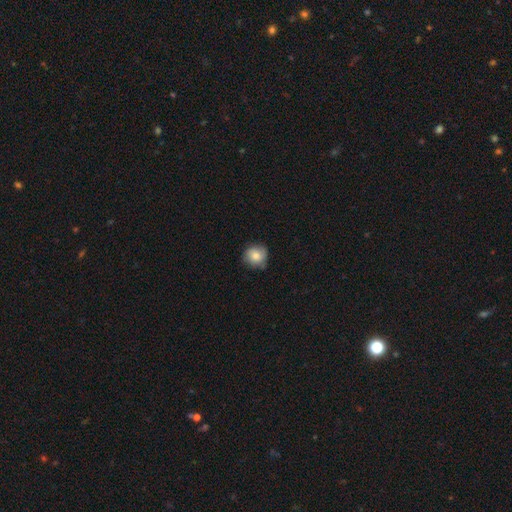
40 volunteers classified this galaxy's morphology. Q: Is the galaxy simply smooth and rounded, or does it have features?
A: smooth — 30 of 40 (75%).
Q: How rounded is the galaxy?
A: round — 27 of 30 (90%).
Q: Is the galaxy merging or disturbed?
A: none — 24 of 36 (67%).